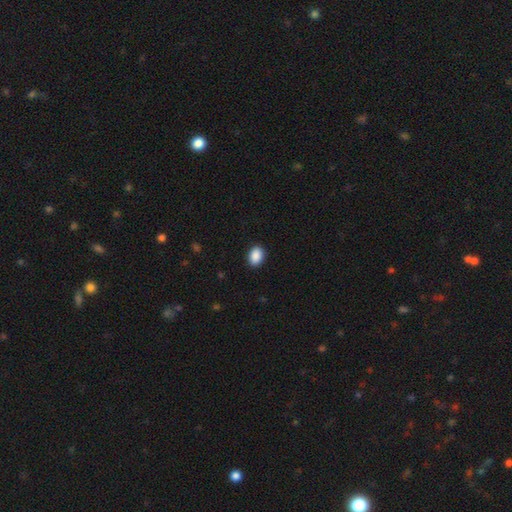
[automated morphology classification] This appears to be a smooth galaxy with no disk features (90%) that is in between round and cigar-shaped (77%). Merging: none (90%).